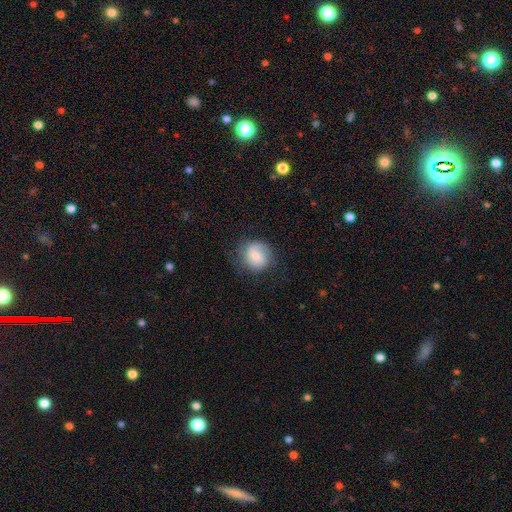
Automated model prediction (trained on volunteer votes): smooth-or-featured: smooth: 57% | featured or disk: 35% | star or artifact: 8%
  how-rounded: round: 79% | in between: 20% | cigar-shaped: 1%
  merging: none: 69% | minor disturbance: 20% | major disturbance: 10% | merger: 1%